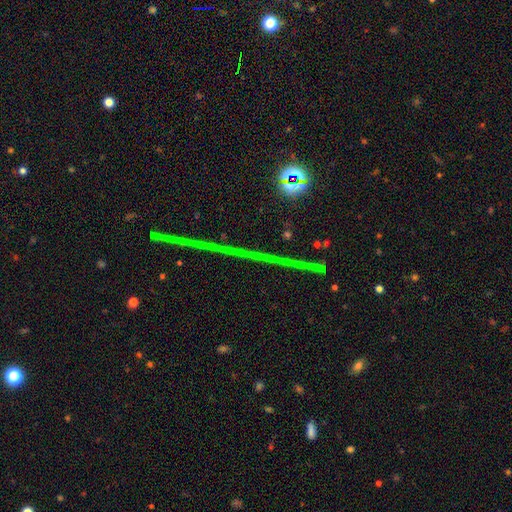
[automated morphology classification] type=star or artifact (77%).